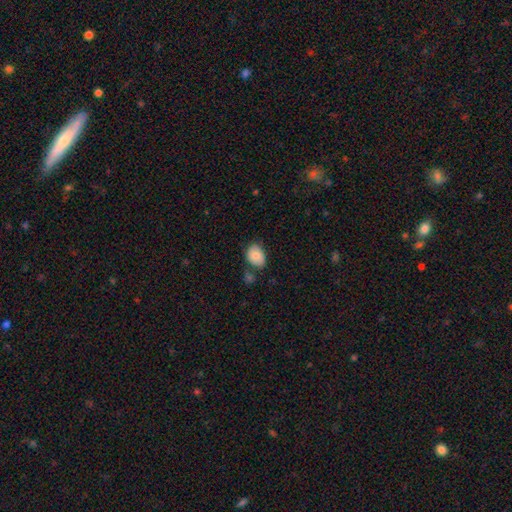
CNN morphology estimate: Smooth or featured?
  - smooth: 82% *
  - featured or disk: 11%
  - star or artifact: 8%
How rounded?
  - in between: 75% *
  - round: 24%
  - cigar-shaped: 1%
Merging?
  - none: 62% *
  - minor disturbance: 22%
  - merger: 10%
  - major disturbance: 5%